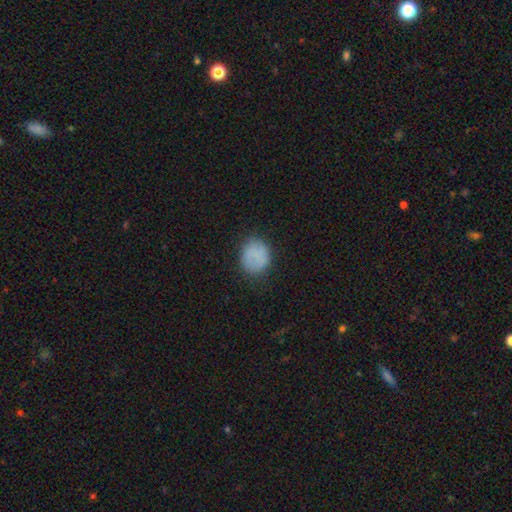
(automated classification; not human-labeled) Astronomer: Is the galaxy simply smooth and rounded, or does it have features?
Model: smooth — 80%.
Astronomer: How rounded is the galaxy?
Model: round — 70%.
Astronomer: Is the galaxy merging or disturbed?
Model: none — 76%.